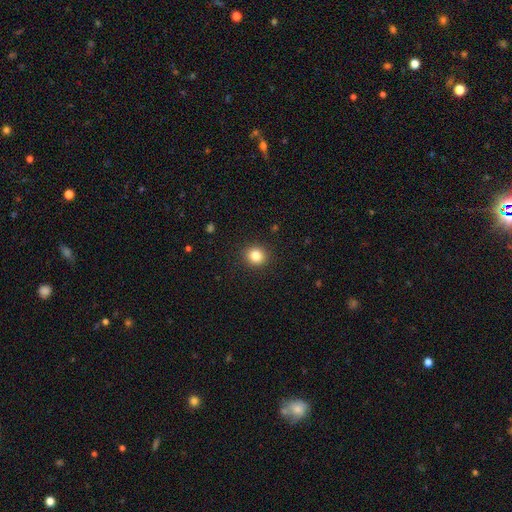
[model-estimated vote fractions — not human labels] smooth_or_featured: smooth (p=0.83) [alt: star or artifact p=0.11]
how_rounded: round (p=0.86) [alt: in between p=0.13]
merging: none (p=0.91) [alt: minor disturbance p=0.06]